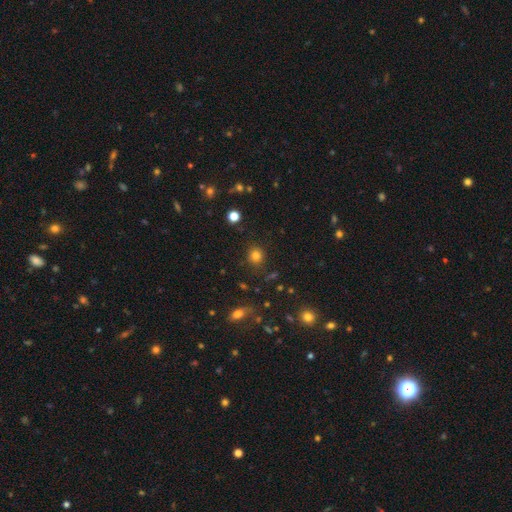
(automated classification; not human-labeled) Q: Smooth or featured?
A: smooth (80%); runner-up: star or artifact (14%)
Q: How rounded?
A: round (86%); runner-up: in between (13%)
Q: Merging?
A: none (87%); runner-up: minor disturbance (8%)